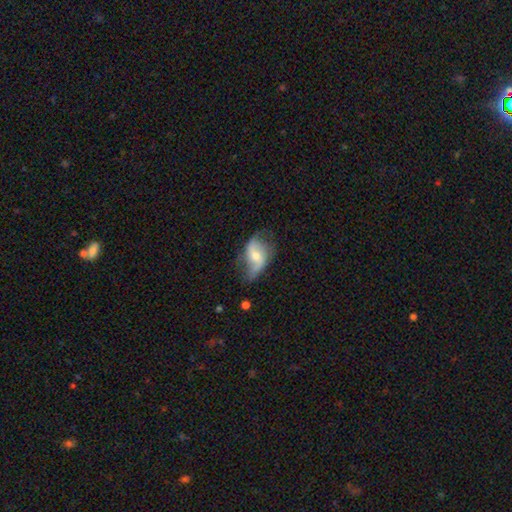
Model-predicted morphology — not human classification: Smooth or featured? featured or disk (67%)
Edge-on disk? no (95%)
Bar? no (43%)
Spiral arms? yes (87%)
Spiral winding? loose (75%)
Spiral arm count? 2 (86%)
Bulge size? moderate (52%)
Merging? none (53%)